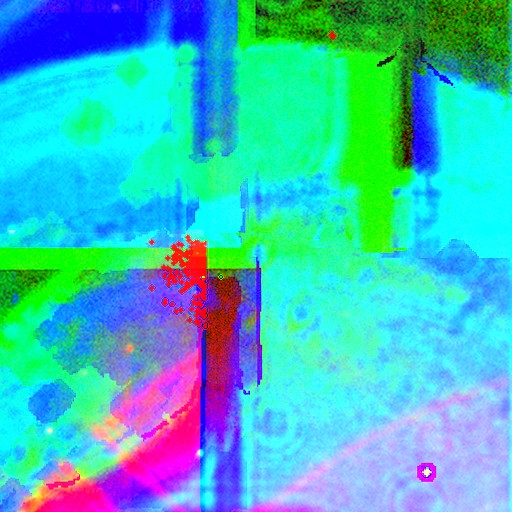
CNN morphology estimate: type=star or artifact (86%).